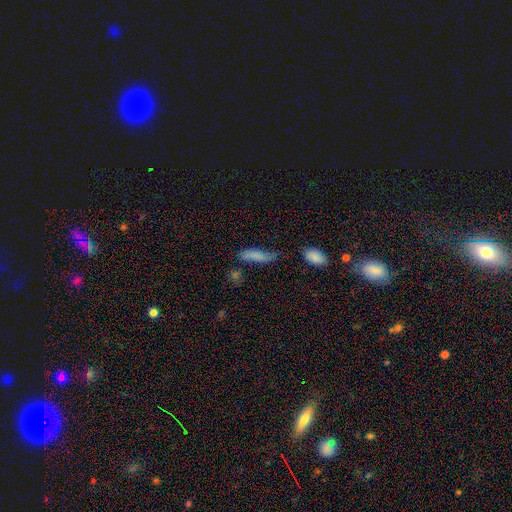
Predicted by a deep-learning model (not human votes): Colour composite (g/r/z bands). It shows a smooth galaxy with no disk features (77%) that is cigar-shaped (59%). Merging: none (52%).